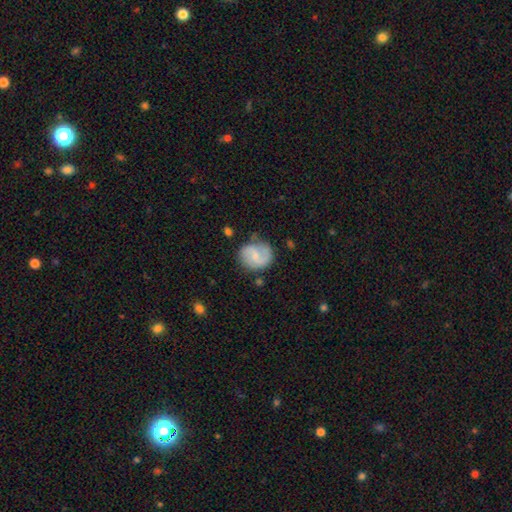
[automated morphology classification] Q: Smooth or featured?
A: featured or disk (58%); runner-up: smooth (36%)
Q: Edge-on disk?
A: no (98%); runner-up: yes (2%)
Q: Bar?
A: weak (52%); runner-up: no (36%)
Q: Spiral arms?
A: yes (86%); runner-up: no (14%)
Q: Bulge size?
A: small (59%); runner-up: moderate (26%)
Q: Merging?
A: none (69%); runner-up: minor disturbance (21%)